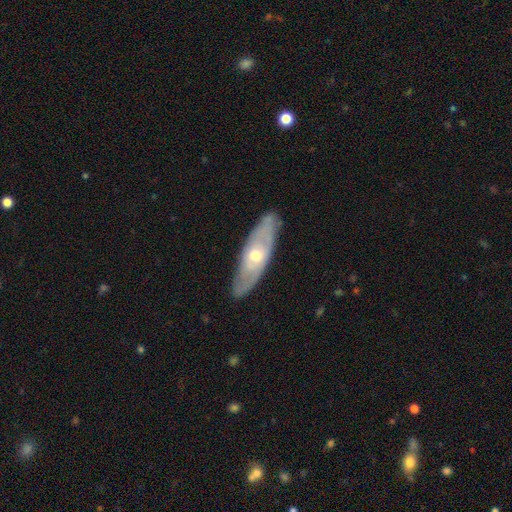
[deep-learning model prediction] Q: Smooth or featured?
A: featured or disk (61%); runner-up: smooth (34%)
Q: Edge-on disk?
A: no (65%); runner-up: yes (35%)
Q: Merging?
A: none (82%); runner-up: minor disturbance (13%)